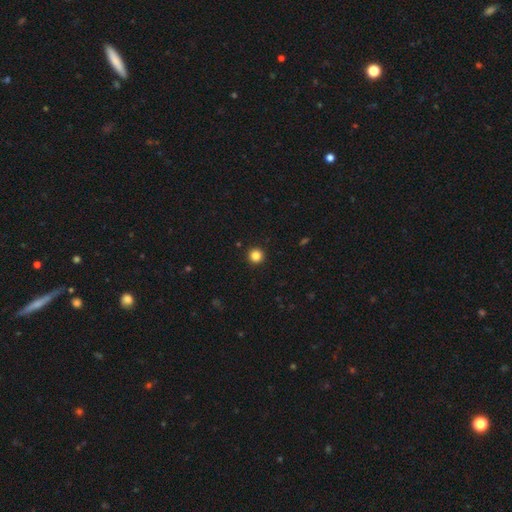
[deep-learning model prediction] smooth_or_featured: smooth (p=0.85) [alt: star or artifact p=0.12]
how_rounded: round (p=0.96) [alt: in between p=0.03]
merging: none (p=0.94) [alt: minor disturbance p=0.04]